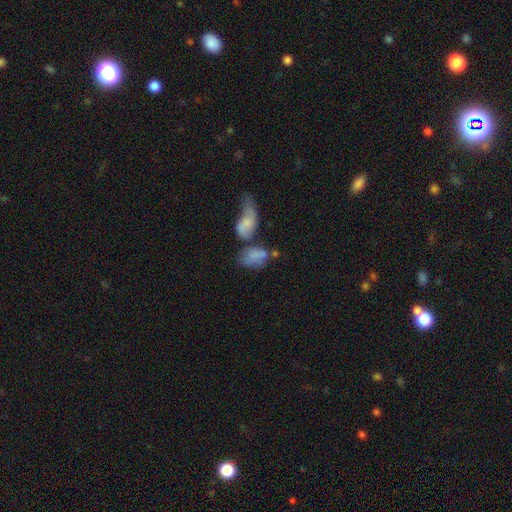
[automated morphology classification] type=smooth (70%); roundness=in between (88%); merging=merger (51%).